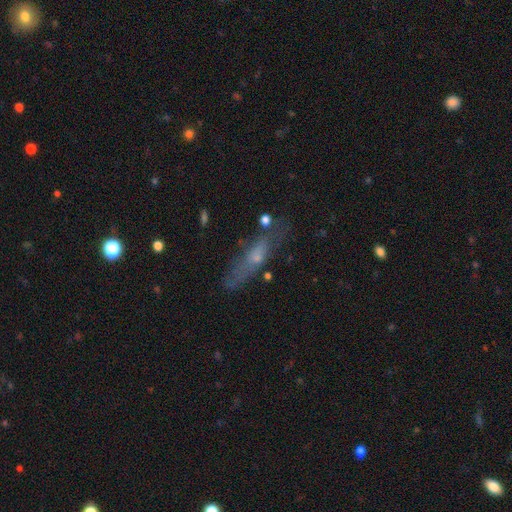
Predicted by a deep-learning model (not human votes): The model was most divided on "smooth or featured": smooth: 47%, featured or disk: 40%, star or artifact: 13%. More confident: merging — none (57%).